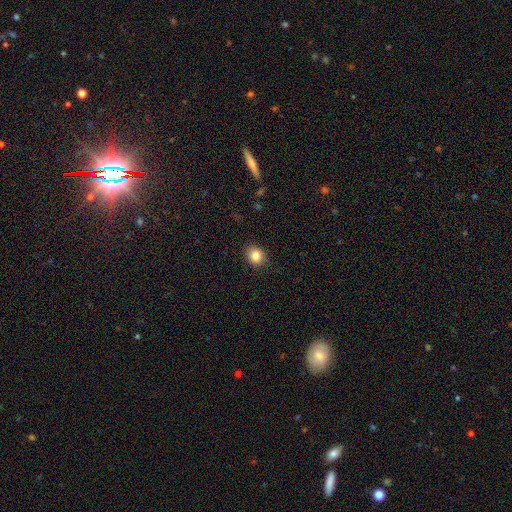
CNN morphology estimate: A smooth galaxy with no disk features (85%) that is round (61%).

Vote fractions:
- Smooth or featured? smooth: 85% / star or artifact: 10% / featured or disk: 5%
- How rounded? round: 61% / in between: 38% / cigar-shaped: 1%
- Merging? none: 88% / minor disturbance: 9% / major disturbance: 2% / merger: 1%